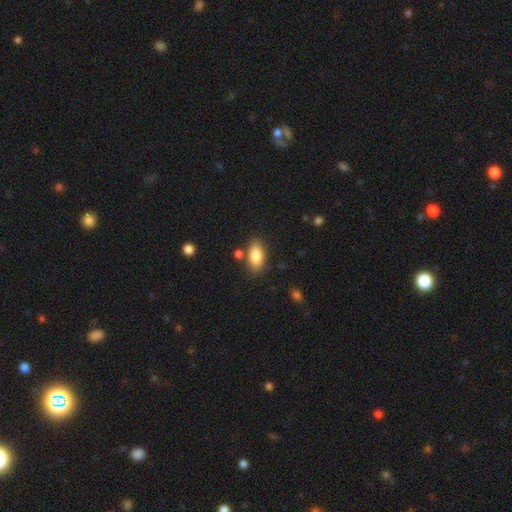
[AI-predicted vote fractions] Smooth or featured? Predicted: smooth (p=0.85). How rounded? Predicted: in between (p=0.91). Merging? Predicted: none (p=0.79).